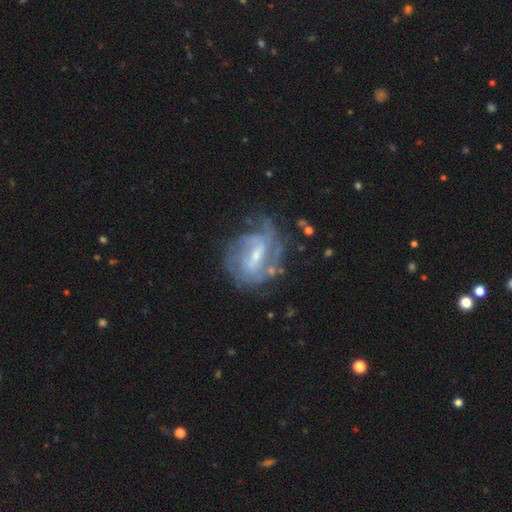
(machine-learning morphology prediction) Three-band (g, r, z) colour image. It shows a featured or disk galaxy (83%) with a weak bar (49%), tight (47%) spiral arms (87%) and a small central bulge (55%). Merging: none (54%).